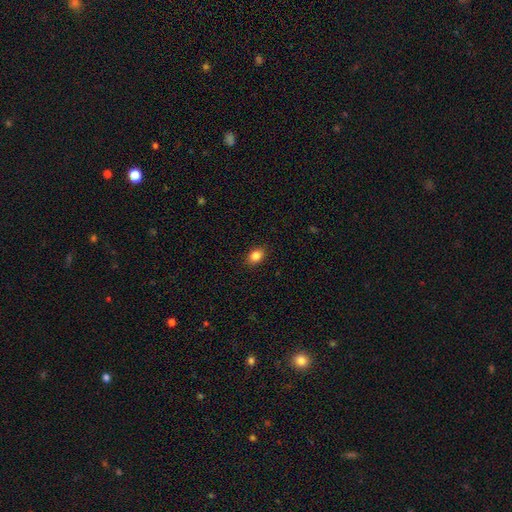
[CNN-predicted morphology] Overall: smooth (85%). How rounded: in between (69%; round 30%). Merging: none (89%).